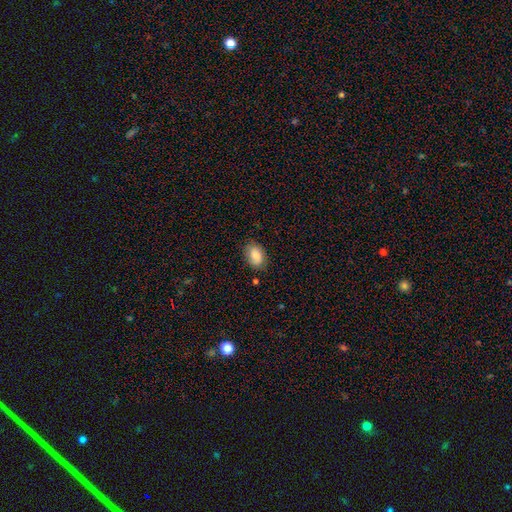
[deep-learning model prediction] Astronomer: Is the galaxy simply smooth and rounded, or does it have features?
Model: smooth — 85%.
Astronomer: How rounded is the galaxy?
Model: in between — 87%.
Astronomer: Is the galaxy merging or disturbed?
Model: none — 80%.